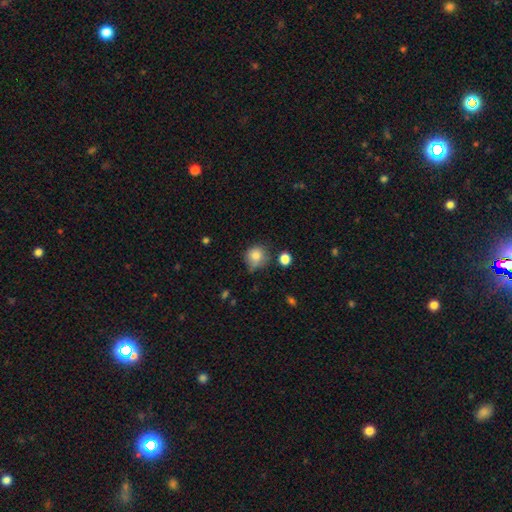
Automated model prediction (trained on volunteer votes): The model was most divided on "merging": none: 62%, minor disturbance: 26%, major disturbance: 7%, merger: 5%. More confident: how rounded — round (84%); smooth or featured — smooth (83%).